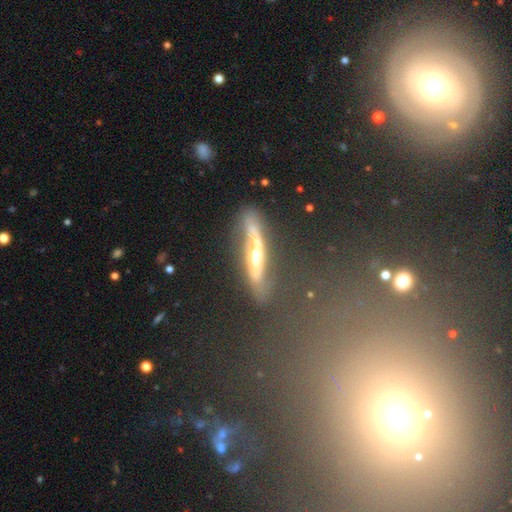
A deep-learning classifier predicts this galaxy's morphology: Smooth or featured? featured or disk (62%)
Edge-on disk? yes (72%)
Merging? none (66%)